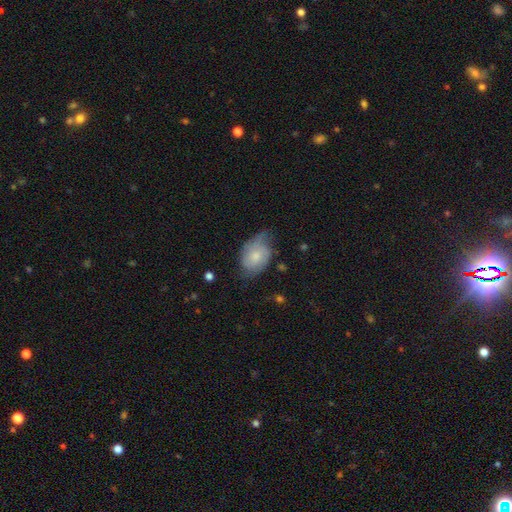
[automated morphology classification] The model was most divided on "merging": none: 45%, minor disturbance: 38%, major disturbance: 15%, merger: 2%. More confident: how rounded — in between (80%); smooth or featured — smooth (51%).